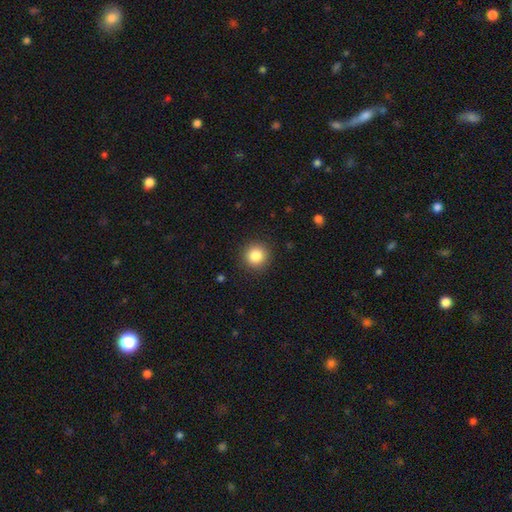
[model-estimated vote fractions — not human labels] A smooth galaxy with no disk features (84%) that is round (94%).

Vote fractions:
- Smooth or featured? smooth: 84% / star or artifact: 10% / featured or disk: 6%
- How rounded? round: 94% / in between: 5% / cigar-shaped: 1%
- Merging? none: 91% / minor disturbance: 6% / major disturbance: 2% / merger: 1%